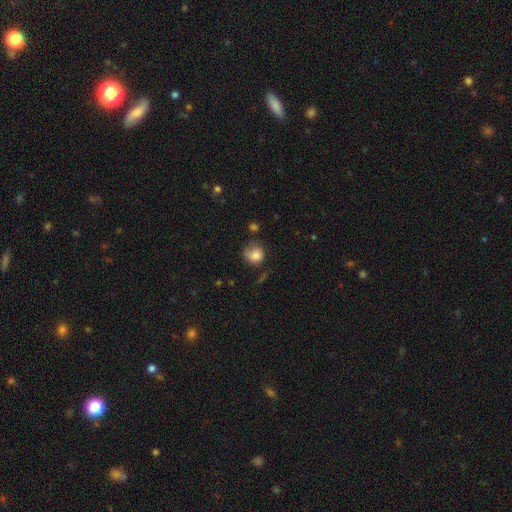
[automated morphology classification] Smooth or featured? smooth (73%)
How rounded? round (78%)
Merging? none (47%)